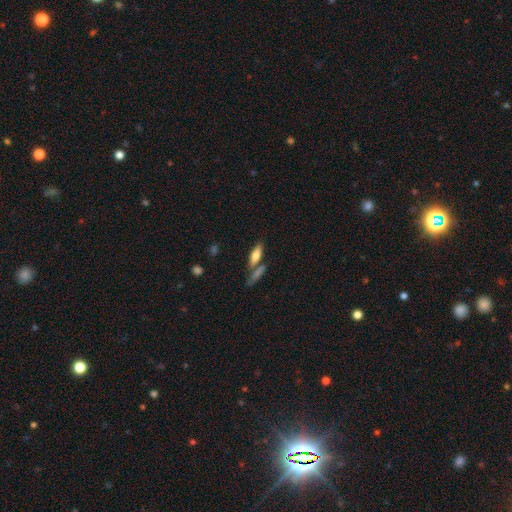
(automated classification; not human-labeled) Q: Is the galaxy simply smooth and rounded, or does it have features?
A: smooth — 68%.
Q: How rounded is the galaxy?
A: in between — 52%.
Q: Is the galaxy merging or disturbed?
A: none — 60%.